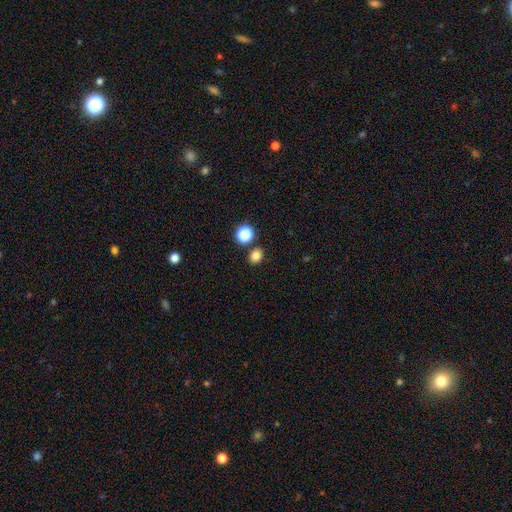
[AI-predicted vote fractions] Smooth or featured: smooth — 81% (star or artifact — 15%)
How rounded: round — 61% (in between — 38%)
Merging: none — 82% (merger — 8%)